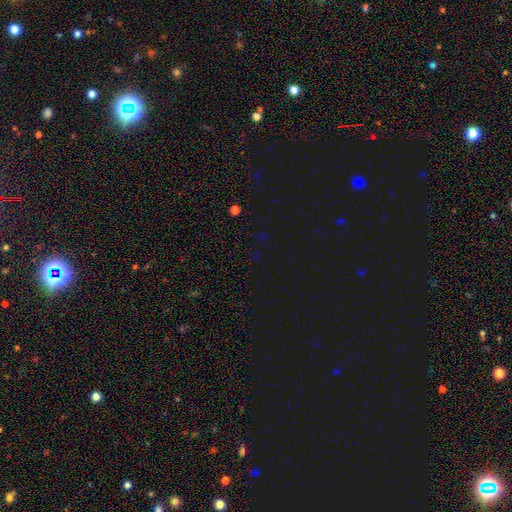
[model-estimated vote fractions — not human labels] Morphology: type=star or artifact (71%).